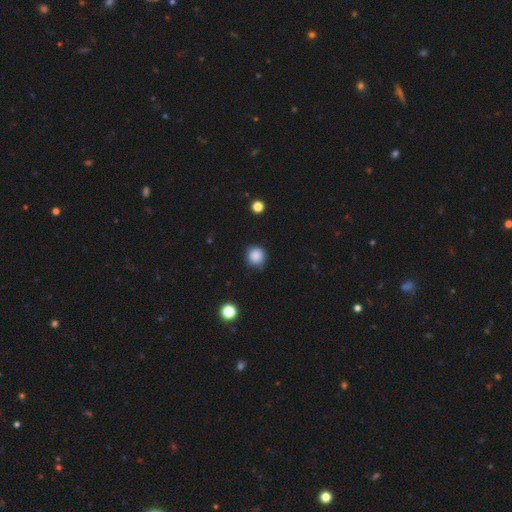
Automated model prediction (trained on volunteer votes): This is clearly a smooth galaxy (86%). How rounded: clearly round (92%). Merging: clearly none (84%).